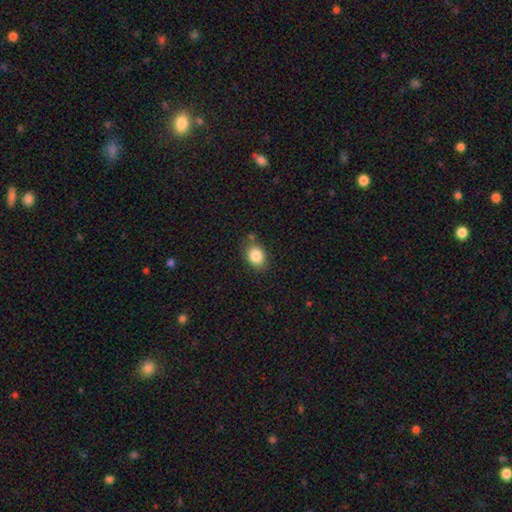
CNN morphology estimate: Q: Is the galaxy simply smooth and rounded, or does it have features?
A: smooth — 85%.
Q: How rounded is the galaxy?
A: in between — 63%.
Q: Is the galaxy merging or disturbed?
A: none — 74%.